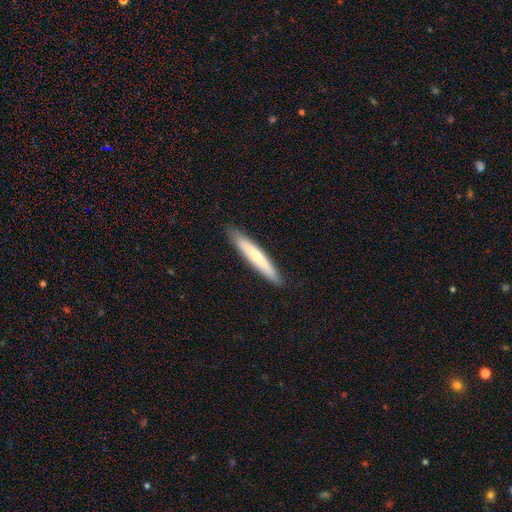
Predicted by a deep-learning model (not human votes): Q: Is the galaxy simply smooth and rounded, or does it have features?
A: smooth — 58%.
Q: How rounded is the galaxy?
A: cigar-shaped — 95%.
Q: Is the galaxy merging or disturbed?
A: none — 89%.